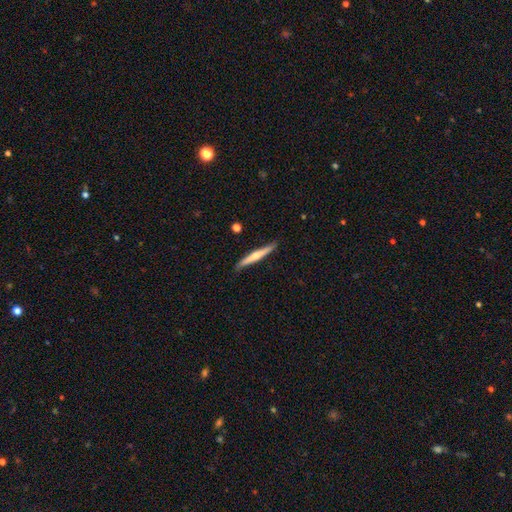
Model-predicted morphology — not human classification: smooth_or_featured: featured or disk (p=0.52) [alt: smooth p=0.42]
disk_edge_on: yes (p=0.97) [alt: no p=0.03]
edge_on_bulge: rounded (p=0.70) [alt: none p=0.25]
merging: none (p=0.87) [alt: minor disturbance p=0.10]